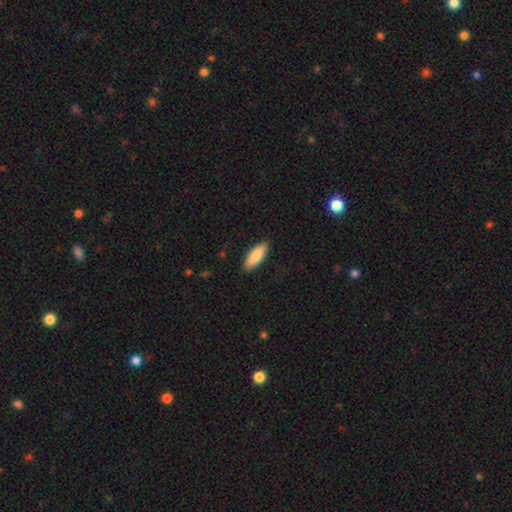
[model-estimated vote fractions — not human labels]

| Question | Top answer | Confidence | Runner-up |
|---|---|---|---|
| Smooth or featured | smooth | 87% | featured or disk (8%) |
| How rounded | in between | 68% | cigar-shaped (31%) |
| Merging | none | 90% | minor disturbance (8%) |